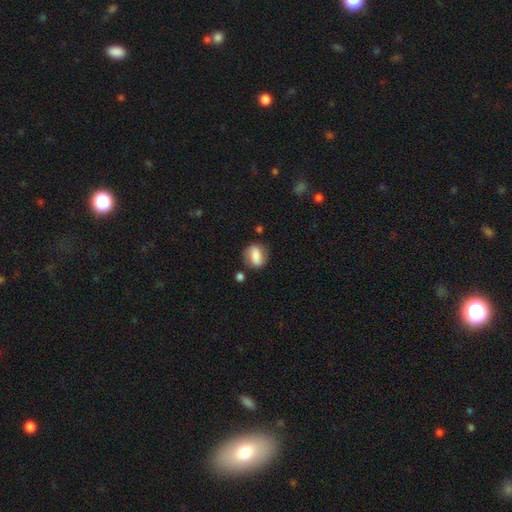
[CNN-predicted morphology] Smooth or featured? Predicted: smooth (p=0.60). How rounded? Predicted: in between (p=0.64). Merging? Predicted: none (p=0.68).